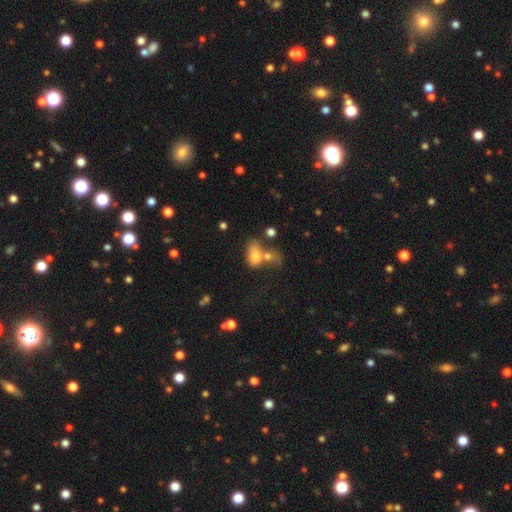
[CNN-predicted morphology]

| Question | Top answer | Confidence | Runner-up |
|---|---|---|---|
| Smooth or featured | smooth | 72% | featured or disk (18%) |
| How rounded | in between | 83% | round (14%) |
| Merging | merger | 57% | none (19%) |